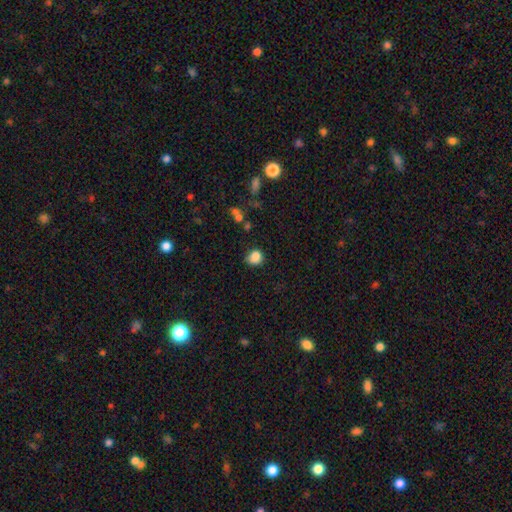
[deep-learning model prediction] smooth 85%, star or artifact 10%, featured or disk 5%. Down the decision tree: how rounded — round (72%); merging — none (69%).